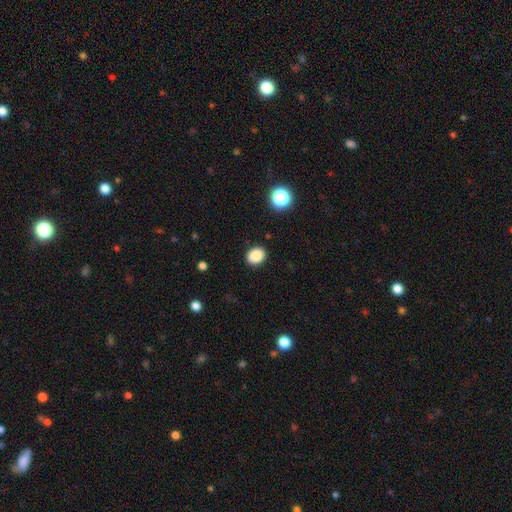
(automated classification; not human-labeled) Smooth or featured? smooth (86%)
How rounded? round (51%)
Merging? none (90%)